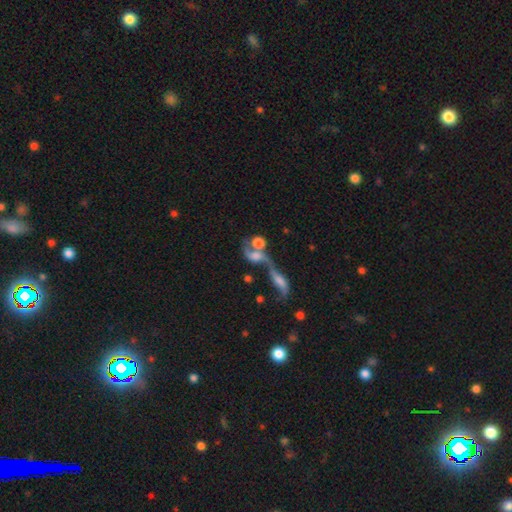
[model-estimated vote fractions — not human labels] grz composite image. It shows a featured or disk galaxy (46%). Merging: merger (69%).